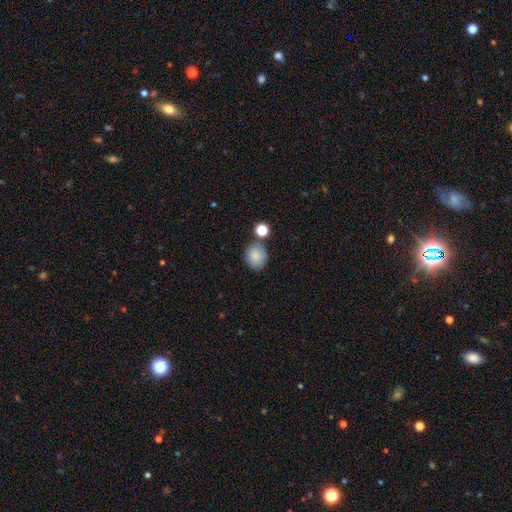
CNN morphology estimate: A smooth galaxy with no disk features (84%) that is round (72%). Merging: none (68%).